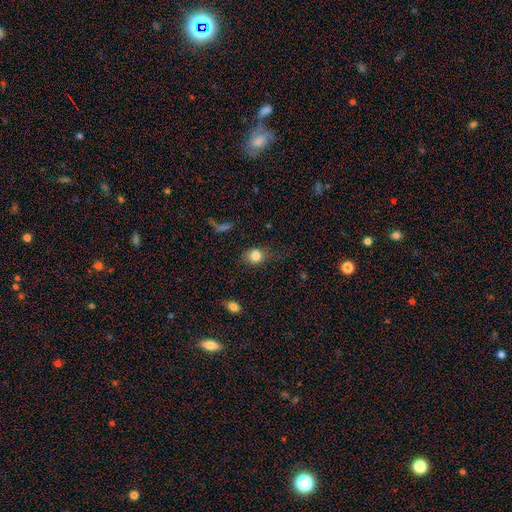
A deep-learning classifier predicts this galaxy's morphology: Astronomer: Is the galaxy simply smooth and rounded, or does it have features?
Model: smooth — 82%.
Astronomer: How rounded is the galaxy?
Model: round — 58% (runner-up: in between, 40%).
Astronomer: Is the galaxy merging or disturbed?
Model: none — 69%.